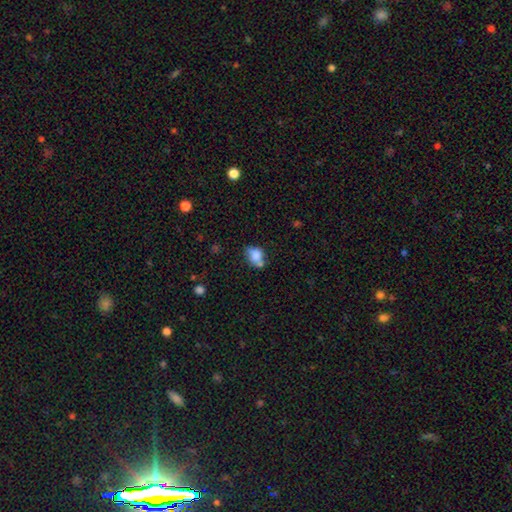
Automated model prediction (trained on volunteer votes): smooth-or-featured: smooth: 74% | featured or disk: 16% | star or artifact: 10%
  how-rounded: in between: 58% | round: 41% | cigar-shaped: 2%
  merging: none: 42% | merger: 27% | minor disturbance: 22% | major disturbance: 9%